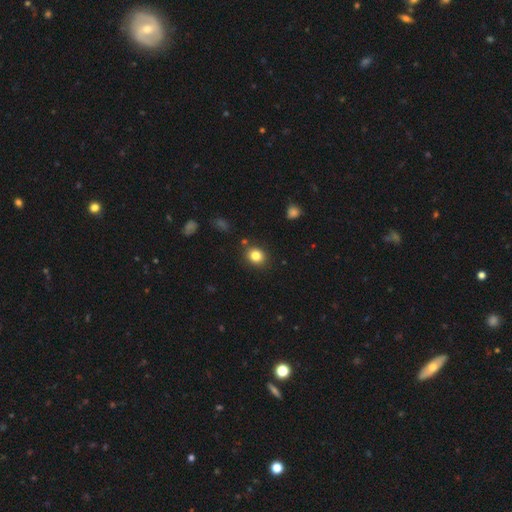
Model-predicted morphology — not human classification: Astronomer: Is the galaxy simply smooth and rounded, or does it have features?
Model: smooth — 83%.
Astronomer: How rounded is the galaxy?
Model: round — 71%.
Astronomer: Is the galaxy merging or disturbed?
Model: none — 86%.